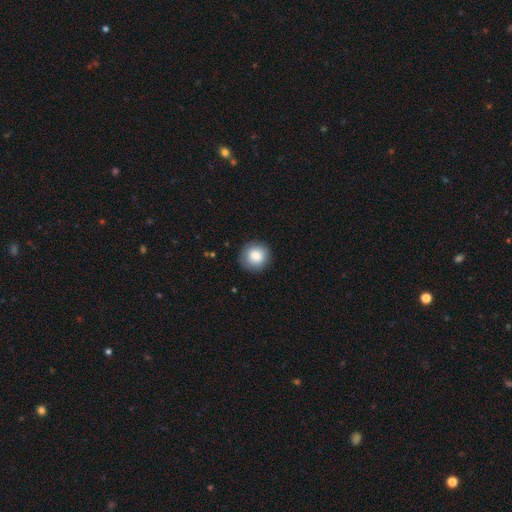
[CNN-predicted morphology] Overall: smooth (84%). How rounded: round (91%). Merging: none (89%).